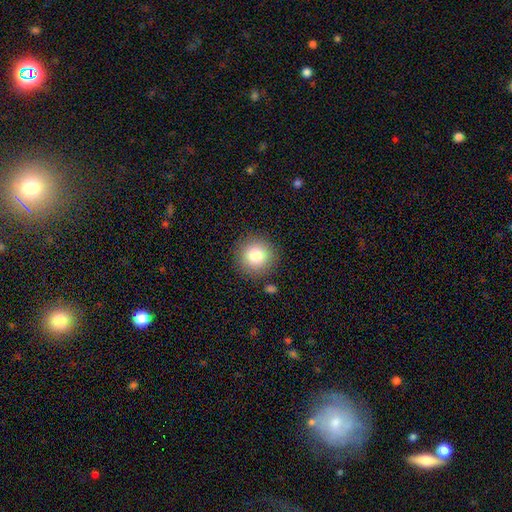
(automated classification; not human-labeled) Smooth or featured? Predicted: smooth (p=0.82). How rounded? Predicted: round (p=0.94). Merging? Predicted: none (p=0.87).